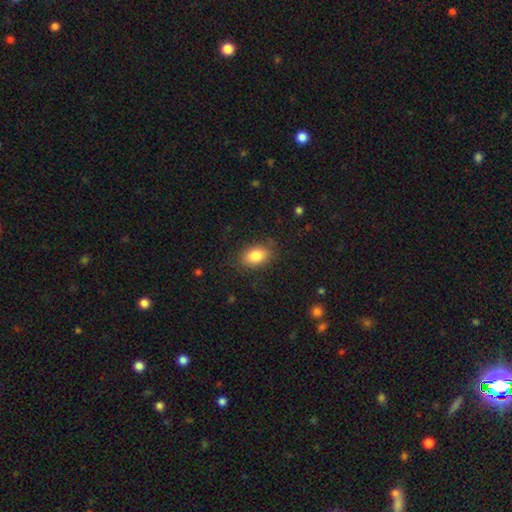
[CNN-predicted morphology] smooth_or_featured: smooth (p=0.85) [alt: star or artifact p=0.08]
how_rounded: in between (p=0.86) [alt: round p=0.12]
merging: none (p=0.82) [alt: minor disturbance p=0.13]